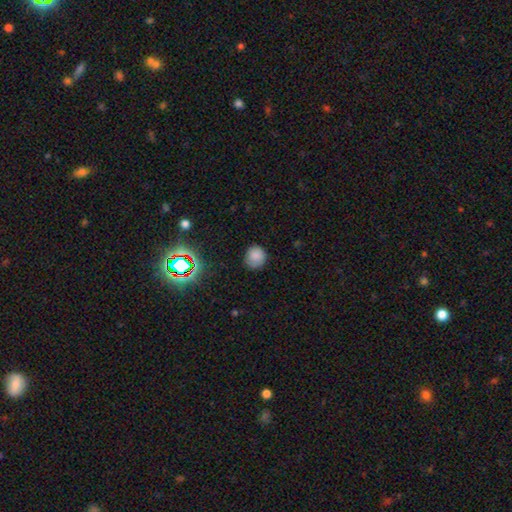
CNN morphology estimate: smooth_or_featured: smooth (p=0.80) [alt: star or artifact p=0.14]
how_rounded: round (p=0.85) [alt: in between p=0.14]
merging: none (p=0.78) [alt: minor disturbance p=0.16]